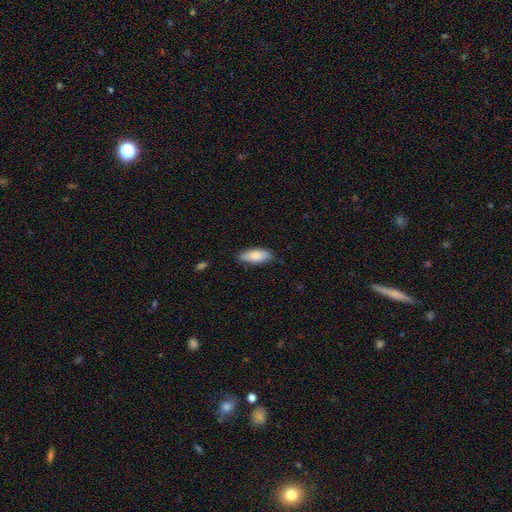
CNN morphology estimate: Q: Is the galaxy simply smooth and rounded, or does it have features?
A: smooth — 84%.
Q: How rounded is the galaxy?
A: in between — 73%.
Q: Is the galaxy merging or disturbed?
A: none — 82%.